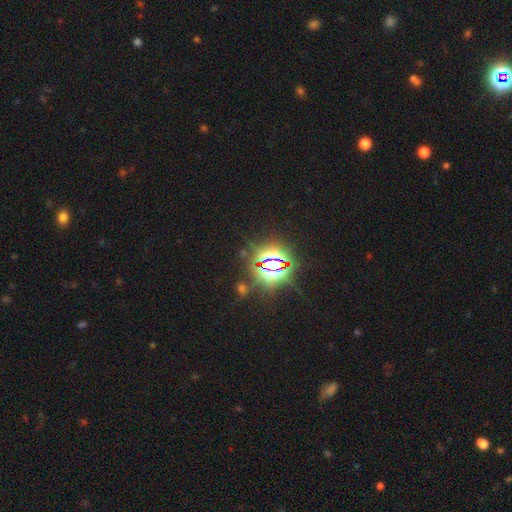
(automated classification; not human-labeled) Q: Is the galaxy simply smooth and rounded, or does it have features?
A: star or artifact — 84%.